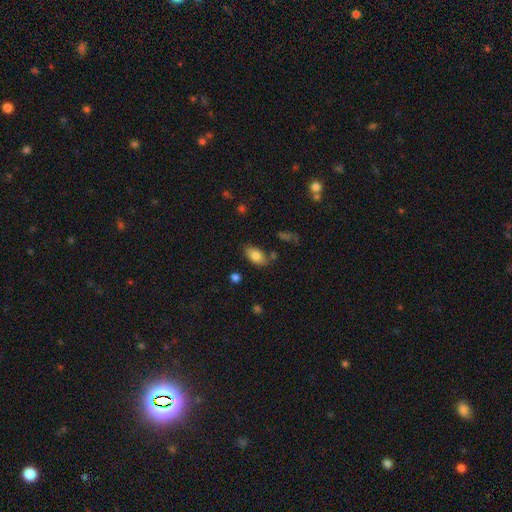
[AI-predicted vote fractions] A smooth galaxy with no disk features (82%) that is in between round and cigar-shaped (92%).

Vote fractions:
- Smooth or featured? smooth: 82% / featured or disk: 10% / star or artifact: 8%
- How rounded? in between: 92% / round: 5% / cigar-shaped: 3%
- Merging? none: 78% / minor disturbance: 14% / merger: 5% / major disturbance: 3%